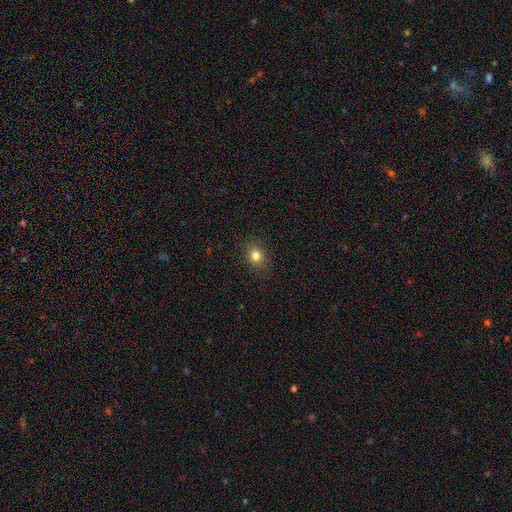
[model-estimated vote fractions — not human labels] Overall: smooth (81%). How rounded: round (68%; in between 31%). Merging: none (89%).